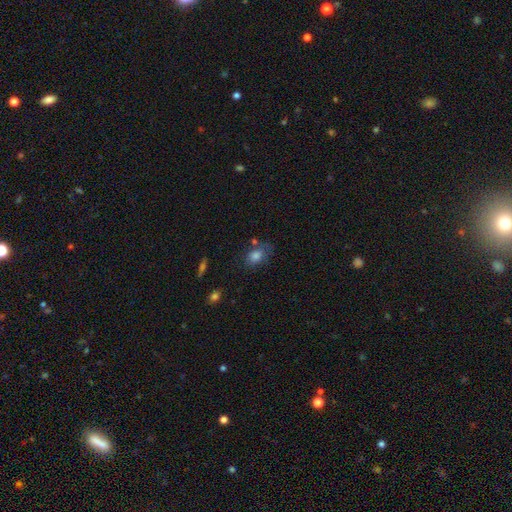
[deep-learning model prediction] A smooth galaxy with no disk features (77%) that is in between round and cigar-shaped (74%). Merging: none (58%).